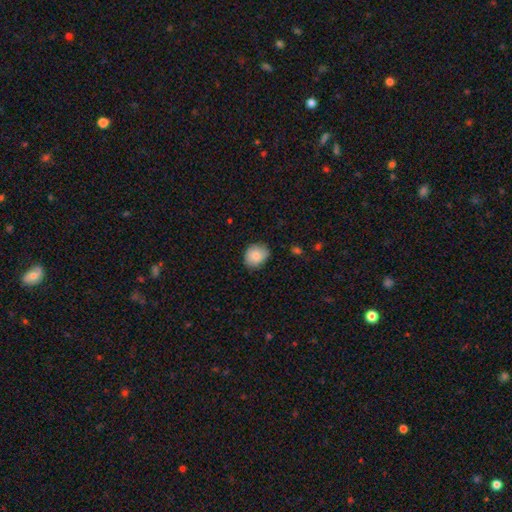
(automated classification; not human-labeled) A smooth galaxy with no disk features (81%) that is round (61%).

Vote fractions:
- Smooth or featured? smooth: 81% / featured or disk: 11% / star or artifact: 7%
- How rounded? round: 61% / in between: 38% / cigar-shaped: 1%
- Merging? none: 77% / minor disturbance: 19% / major disturbance: 3% / merger: 1%